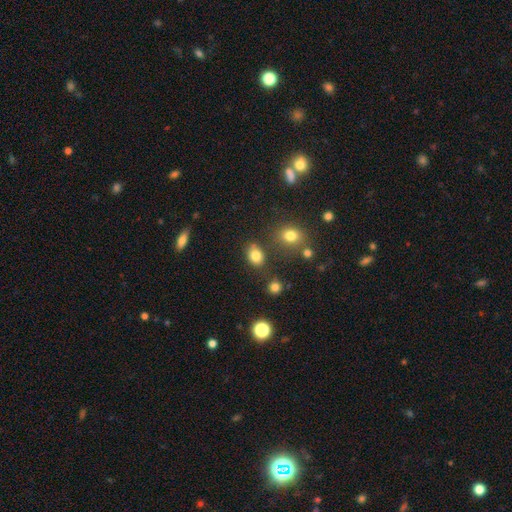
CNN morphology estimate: Smooth or featured?
  - smooth: 81% *
  - star or artifact: 12%
  - featured or disk: 7%
How rounded?
  - in between: 64% *
  - round: 35%
  - cigar-shaped: 1%
Merging?
  - none: 73% *
  - minor disturbance: 15%
  - merger: 8%
  - major disturbance: 4%